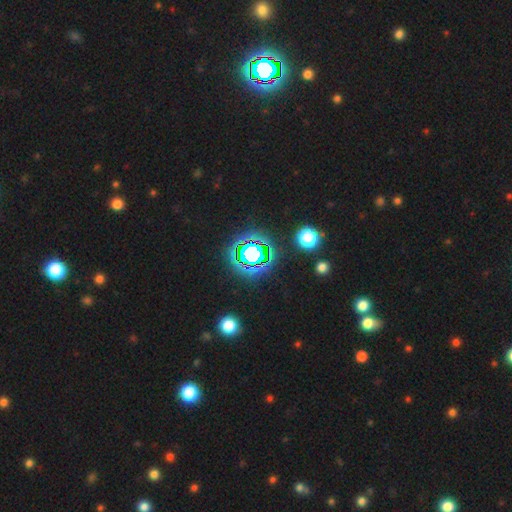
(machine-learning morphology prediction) Q: Smooth or featured?
A: star or artifact (81%); runner-up: smooth (12%)